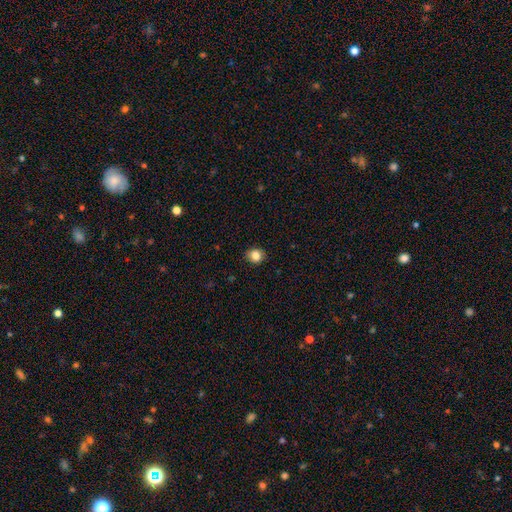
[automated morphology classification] Smooth or featured? smooth (84%)
How rounded? round (73%)
Merging? none (88%)